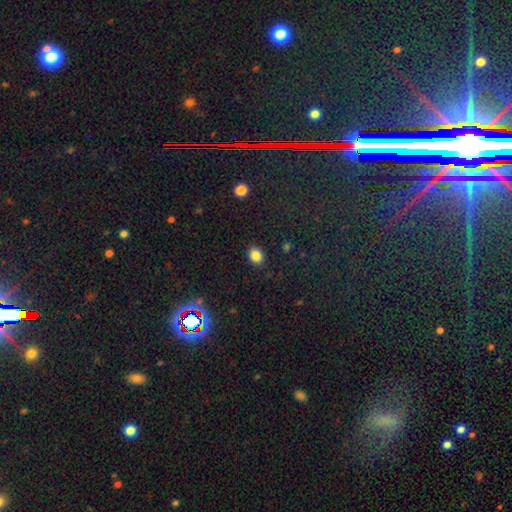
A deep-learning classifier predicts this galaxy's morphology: smooth 85%, star or artifact 11%, featured or disk 5%. Down the decision tree: how rounded — in between (56%); merging — none (88%).